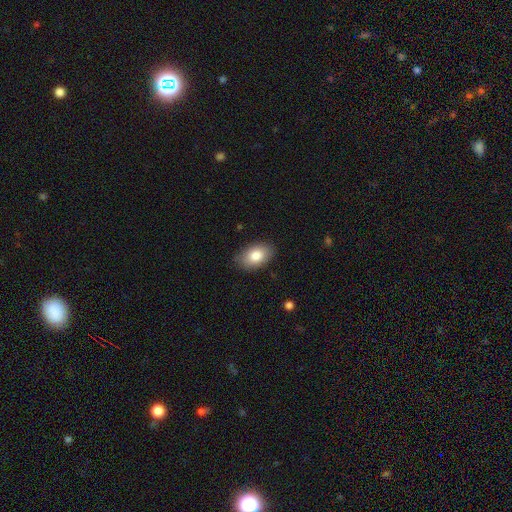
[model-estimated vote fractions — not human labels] Overall: smooth (83%). How rounded: in between (91%). Merging: none (85%).